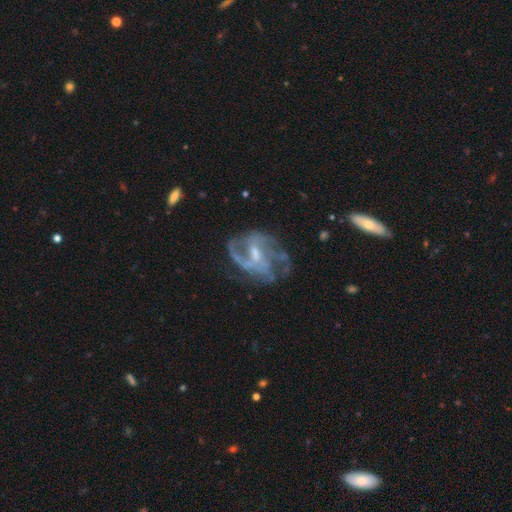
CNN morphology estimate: smooth-or-featured: featured or disk: 82% | smooth: 10% | star or artifact: 8%
  disk-edge-on: no: 98% | yes: 2%
    bar: weak: 51% | no: 32% | strong: 17%
    has-spiral-arms: yes: 80% | no: 20%
      spiral-winding: medium: 47% | loose: 29% | tight: 24%
      spiral-arm-count: can't tell: 30% | 2: 28% | 3: 23% | 1: 7% | 4: 7% | more than 4: 4%
    bulge-size: moderate: 42% | small: 41% | none: 13% | large: 3% | dominant: 1%
  merging: none: 49% | major disturbance: 27% | minor disturbance: 20% | merger: 4%